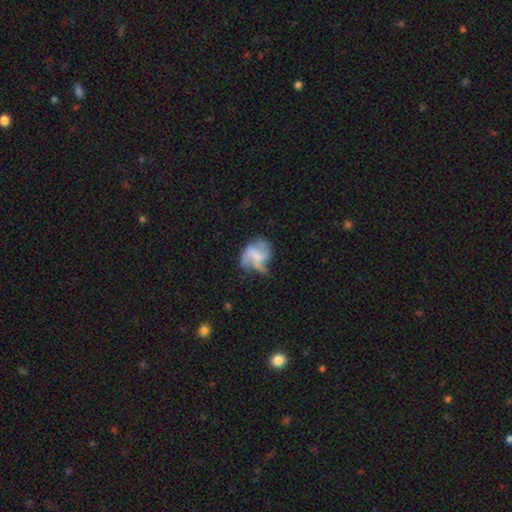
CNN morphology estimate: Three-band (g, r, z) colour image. It shows a featured or disk galaxy (59%) with no bar (55%), spiral arms (71%) and a small central bulge (39%). Merging: none (36%).